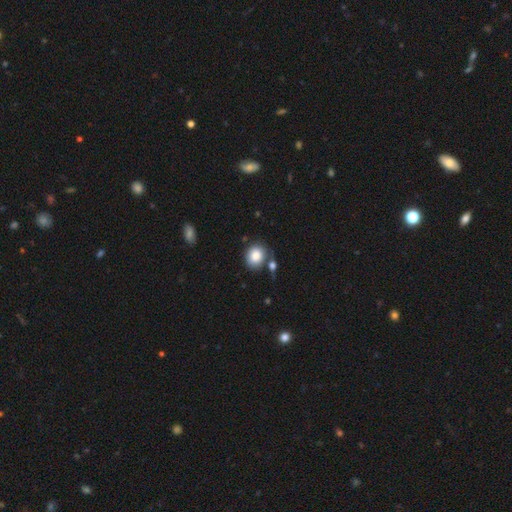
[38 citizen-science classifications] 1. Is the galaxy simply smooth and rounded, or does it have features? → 84% smooth, 8% featured or disk, 8% star or artifact.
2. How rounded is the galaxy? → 59% round, 41% in between, 0% cigar-shaped.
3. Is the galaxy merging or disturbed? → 80% none, 14% merger, 6% minor disturbance, 0% major disturbance.